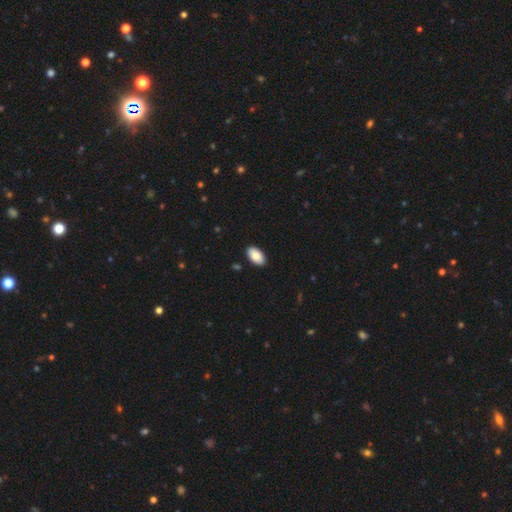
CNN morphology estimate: smooth-or-featured: smooth: 87% | featured or disk: 7% | star or artifact: 6%
  how-rounded: in between: 96% | round: 3% | cigar-shaped: 2%
  merging: none: 90% | minor disturbance: 7% | major disturbance: 2% | merger: 1%